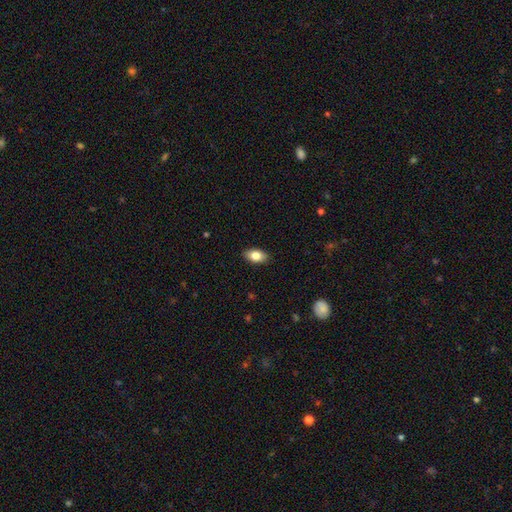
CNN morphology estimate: Q: Smooth or featured?
A: smooth (82%); runner-up: featured or disk (11%)
Q: How rounded?
A: in between (92%); runner-up: round (6%)
Q: Merging?
A: none (88%); runner-up: minor disturbance (9%)